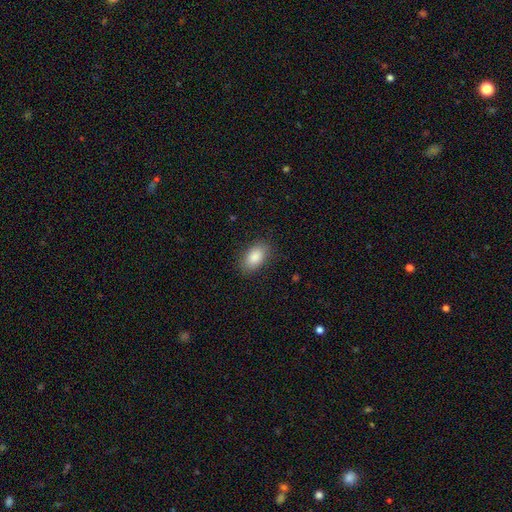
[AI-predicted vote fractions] Smooth or featured? smooth (87%)
How rounded? in between (91%)
Merging? none (85%)